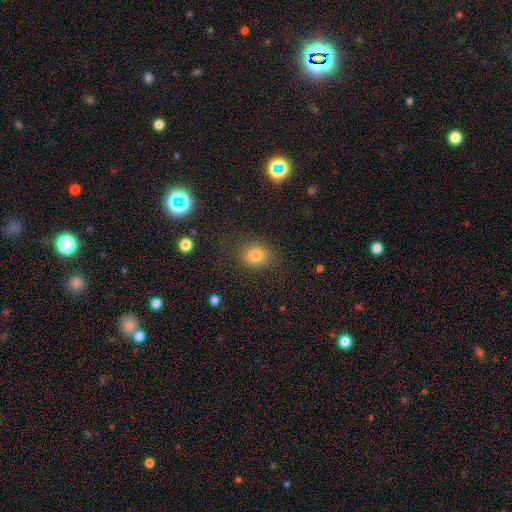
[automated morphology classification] Smooth or featured?
  - smooth: 79% *
  - star or artifact: 13%
  - featured or disk: 7%
How rounded?
  - round: 64% *
  - in between: 35%
  - cigar-shaped: 1%
Merging?
  - none: 82% *
  - minor disturbance: 12%
  - major disturbance: 5%
  - merger: 2%